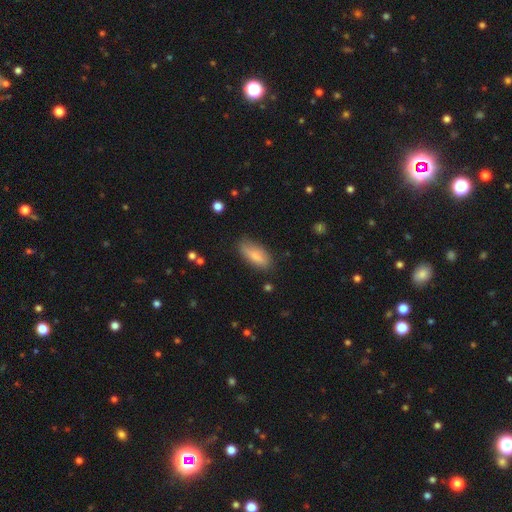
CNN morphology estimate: smooth 77%, featured or disk 17%, star or artifact 7%. Down the decision tree: how rounded — in between (72%); merging — none (76%).